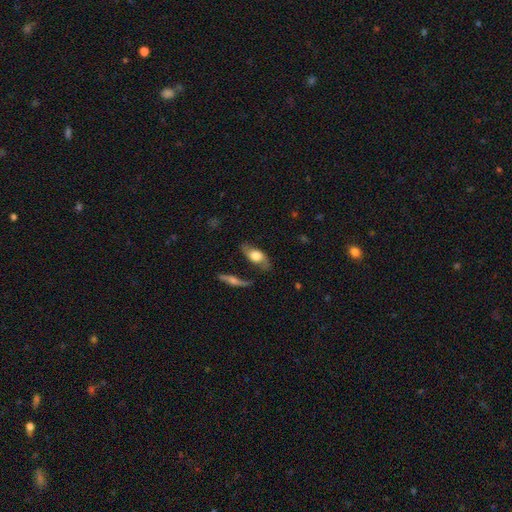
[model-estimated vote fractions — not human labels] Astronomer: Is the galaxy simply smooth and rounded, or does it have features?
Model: featured or disk — 55% (runner-up: smooth, 38%).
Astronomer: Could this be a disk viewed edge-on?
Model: no — 73%.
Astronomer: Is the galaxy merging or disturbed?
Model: none — 61%.